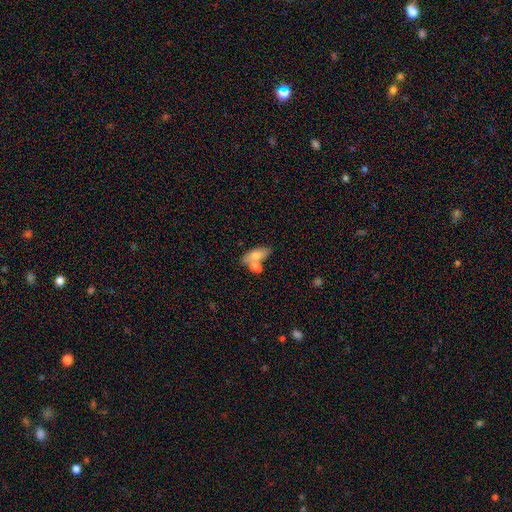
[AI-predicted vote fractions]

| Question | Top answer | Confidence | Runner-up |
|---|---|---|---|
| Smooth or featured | smooth | 70% | featured or disk (24%) |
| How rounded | in between | 78% | cigar-shaped (15%) |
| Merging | merger | 49% | none (35%) |